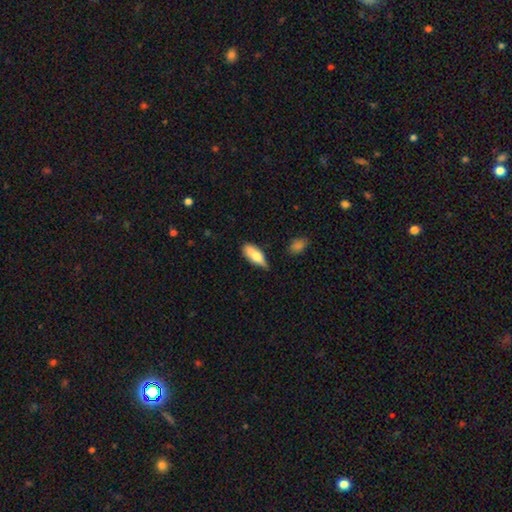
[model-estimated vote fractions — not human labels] The model was most divided on "merging": none: 56%, minor disturbance: 32%, major disturbance: 8%, merger: 4%. More confident: smooth or featured — smooth (69%); how rounded — in between (67%).